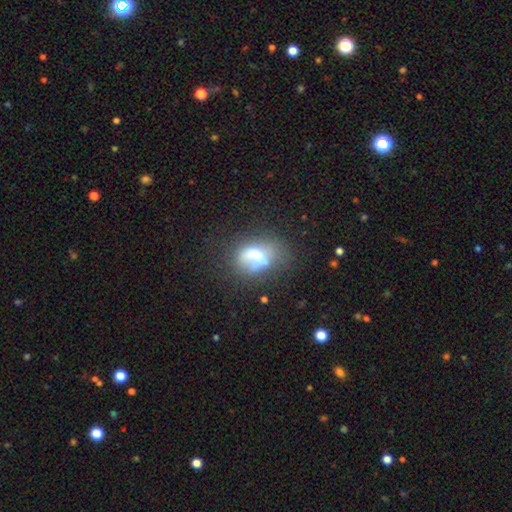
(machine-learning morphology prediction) Overall: smooth (58%; featured or disk 29%). How rounded: in between (65%; round 33%). Merging: none (38%; minor disturbance 25%).